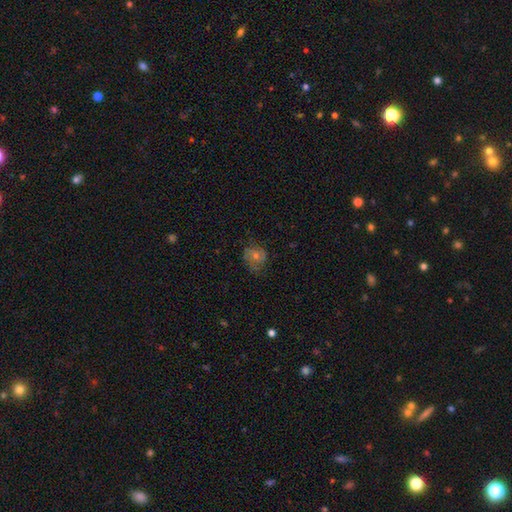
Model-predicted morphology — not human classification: Smooth or featured: featured or disk — 48% (smooth — 36%)
Merging: none — 69% (minor disturbance — 20%)